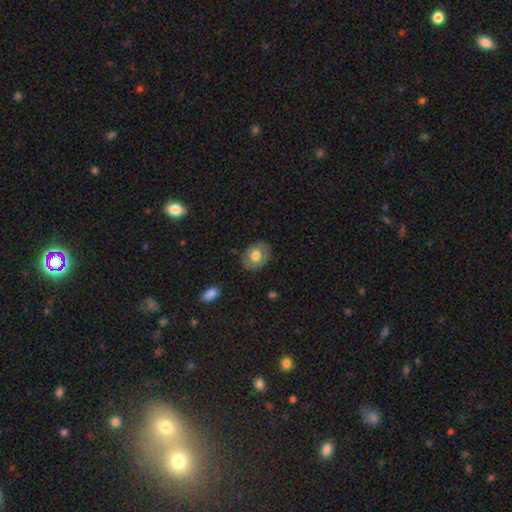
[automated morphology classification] Overall: smooth (64%; featured or disk 29%). How rounded: in between (65%; round 34%). Merging: none (82%).